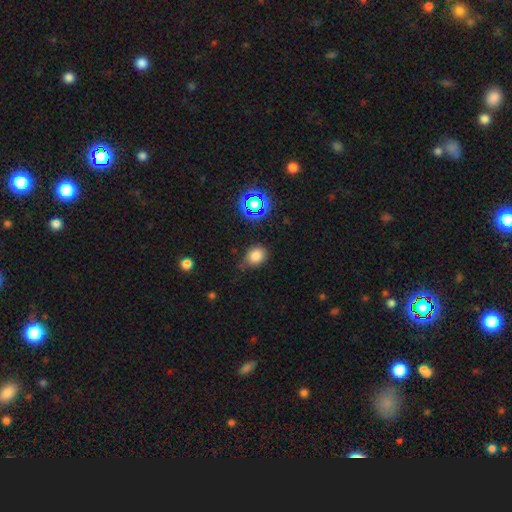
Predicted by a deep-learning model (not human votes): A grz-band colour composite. It shows a smooth galaxy with no disk features (79%) that is round (53%). Merging: none (68%).